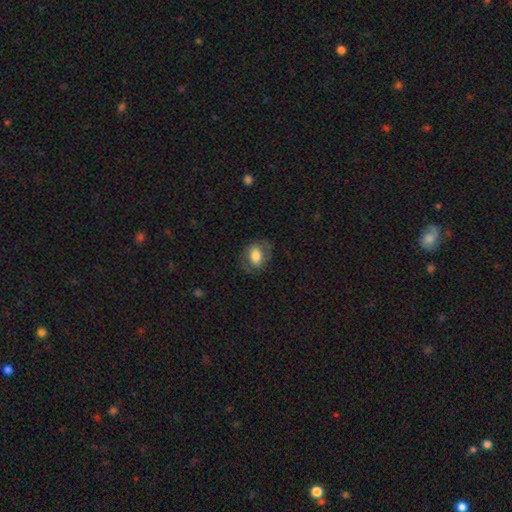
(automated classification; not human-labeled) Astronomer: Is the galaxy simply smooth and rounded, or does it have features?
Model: smooth — 67%.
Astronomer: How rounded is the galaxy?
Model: in between — 66%.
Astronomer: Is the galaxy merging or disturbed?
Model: none — 72%.